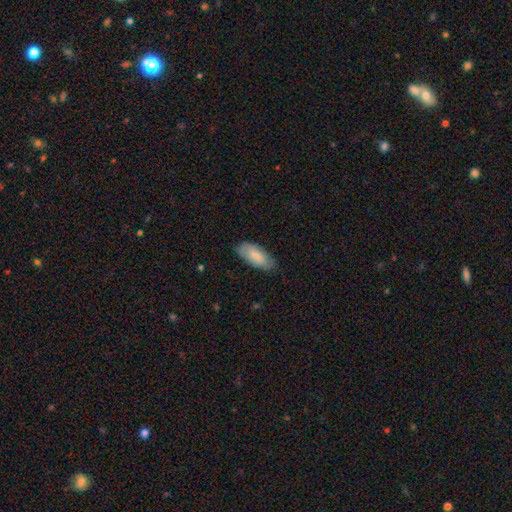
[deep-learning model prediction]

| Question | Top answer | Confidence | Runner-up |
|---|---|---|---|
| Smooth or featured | smooth | 79% | featured or disk (15%) |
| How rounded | in between | 87% | cigar-shaped (11%) |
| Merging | none | 79% | minor disturbance (17%) |